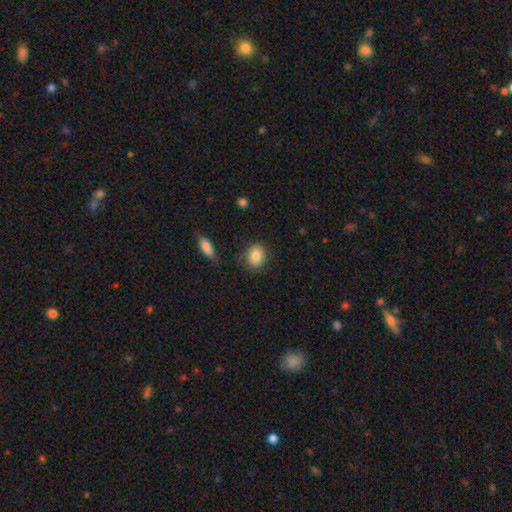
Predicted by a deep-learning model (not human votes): smooth-or-featured: smooth: 85% | star or artifact: 8% | featured or disk: 7%
  how-rounded: round: 57% | in between: 42% | cigar-shaped: 1%
  merging: none: 83% | minor disturbance: 11% | major disturbance: 3% | merger: 3%